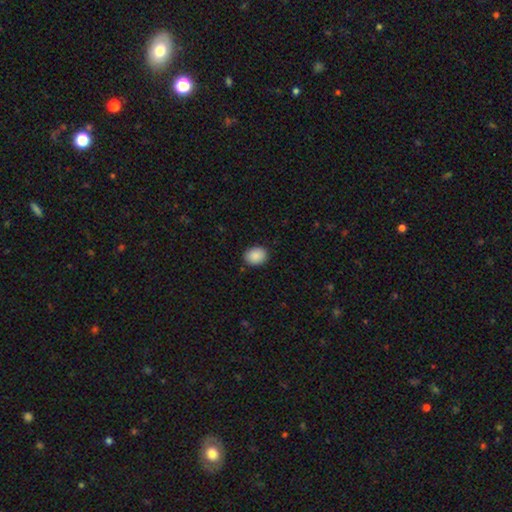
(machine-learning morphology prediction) Q: Smooth or featured?
A: smooth (89%); runner-up: star or artifact (7%)
Q: How rounded?
A: in between (55%); runner-up: round (44%)
Q: Merging?
A: none (89%); runner-up: minor disturbance (8%)